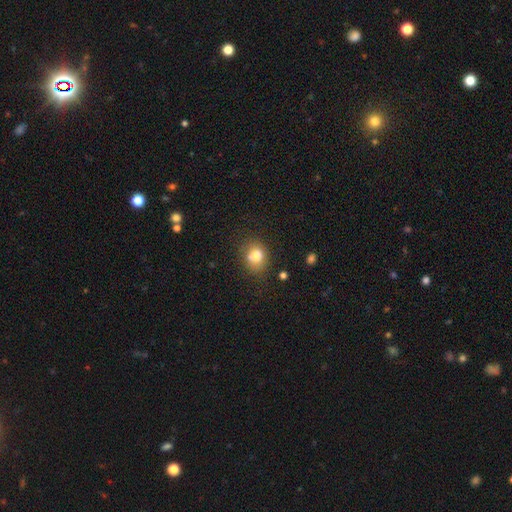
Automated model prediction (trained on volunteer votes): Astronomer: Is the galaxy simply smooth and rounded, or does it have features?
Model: smooth — 76%.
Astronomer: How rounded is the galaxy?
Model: round — 59% (runner-up: in between, 40%).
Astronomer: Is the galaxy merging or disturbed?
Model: none — 54%.